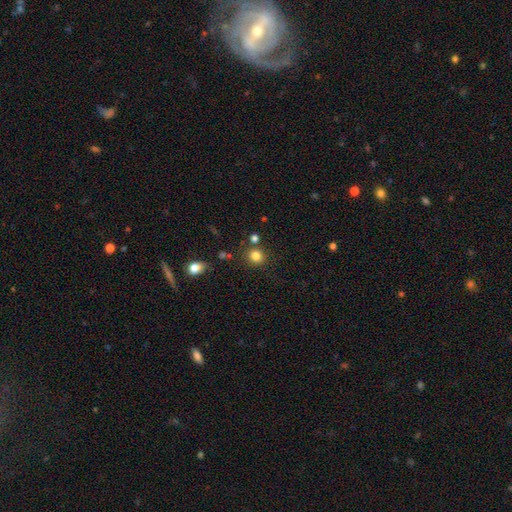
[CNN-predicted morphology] Smooth or featured? smooth (82%)
How rounded? round (85%)
Merging? none (81%)